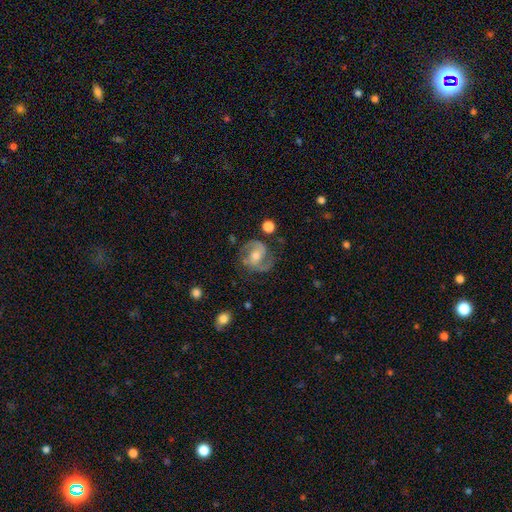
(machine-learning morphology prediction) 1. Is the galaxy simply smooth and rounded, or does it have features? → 83% featured or disk, 11% smooth, 6% star or artifact.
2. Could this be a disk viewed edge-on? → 98% no, 2% yes.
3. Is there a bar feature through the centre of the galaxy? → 43% no, 41% weak, 17% strong.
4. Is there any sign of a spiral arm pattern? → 95% yes, 5% no.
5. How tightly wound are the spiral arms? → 55% medium, 27% tight, 18% loose.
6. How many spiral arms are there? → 88% 2, 5% can't tell, 3% 1, 2% 3, 1% 4, 1% more than 4.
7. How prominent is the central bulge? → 61% moderate, 32% small, 4% large, 2% none, 1% dominant.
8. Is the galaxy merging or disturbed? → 75% none, 16% minor disturbance, 7% major disturbance, 2% merger.